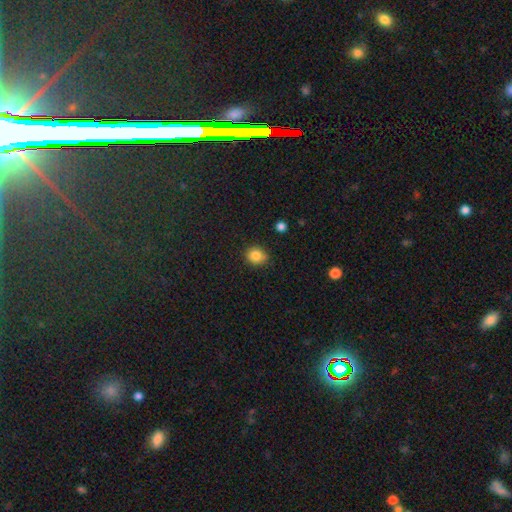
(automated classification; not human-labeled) Smooth or featured? Predicted: smooth (p=0.84). How rounded? Predicted: round (p=0.73). Merging? Predicted: none (p=0.80).